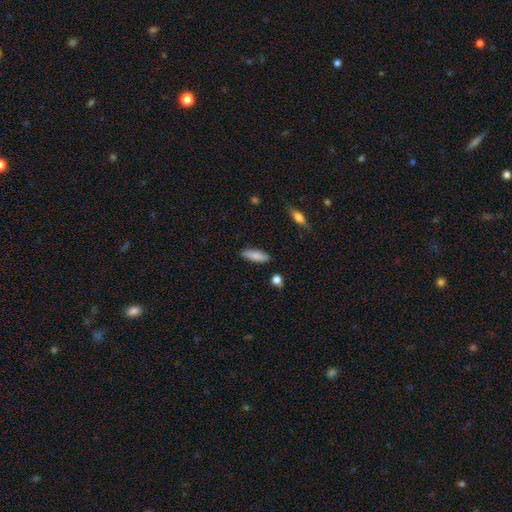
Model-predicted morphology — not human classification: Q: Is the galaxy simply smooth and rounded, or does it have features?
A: smooth — 85%.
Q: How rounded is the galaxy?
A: in between — 55%.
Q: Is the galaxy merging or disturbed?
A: none — 87%.